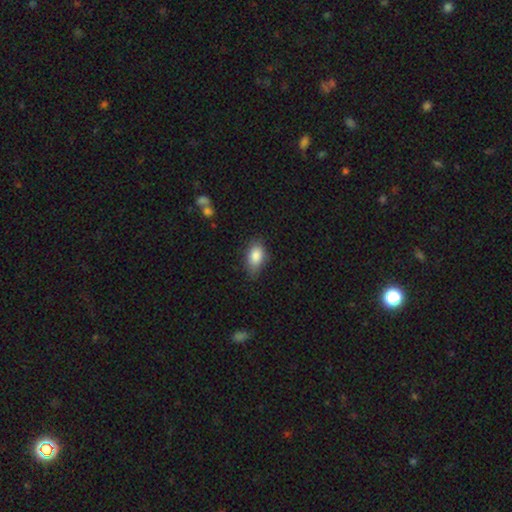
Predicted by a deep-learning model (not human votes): Smooth or featured: smooth — 85% (featured or disk — 7%)
How rounded: in between — 89% (round — 7%)
Merging: none — 69% (minor disturbance — 25%)